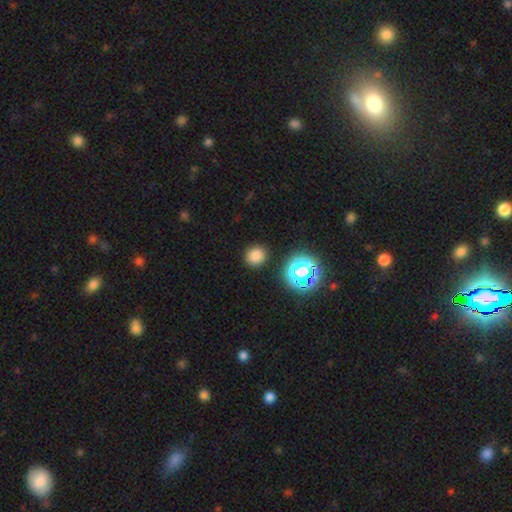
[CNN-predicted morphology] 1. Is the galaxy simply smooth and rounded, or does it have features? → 77% smooth, 18% star or artifact, 5% featured or disk.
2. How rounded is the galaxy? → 84% round, 15% in between, 1% cigar-shaped.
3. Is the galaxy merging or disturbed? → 88% none, 7% minor disturbance, 3% major disturbance, 2% merger.